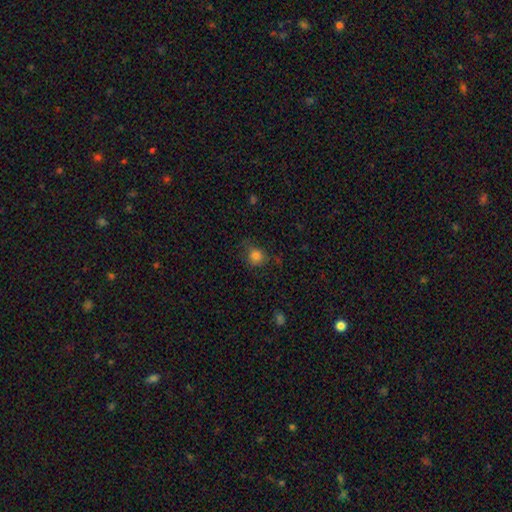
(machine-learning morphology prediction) Smooth or featured? Predicted: smooth (p=0.81). How rounded? Predicted: round (p=0.80). Merging? Predicted: none (p=0.65).